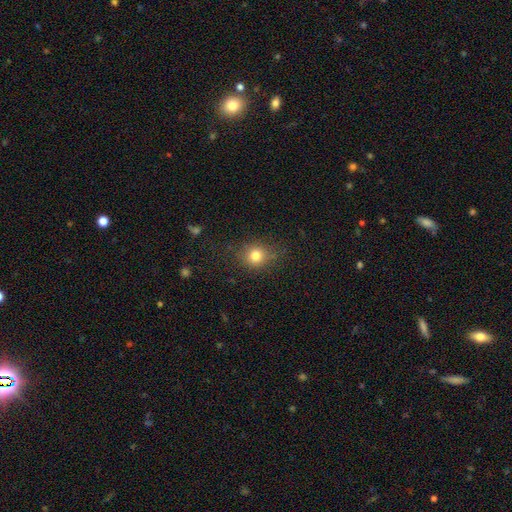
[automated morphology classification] Smooth or featured? Predicted: smooth (p=0.79). How rounded? Predicted: round (p=0.80). Merging? Predicted: none (p=0.80).